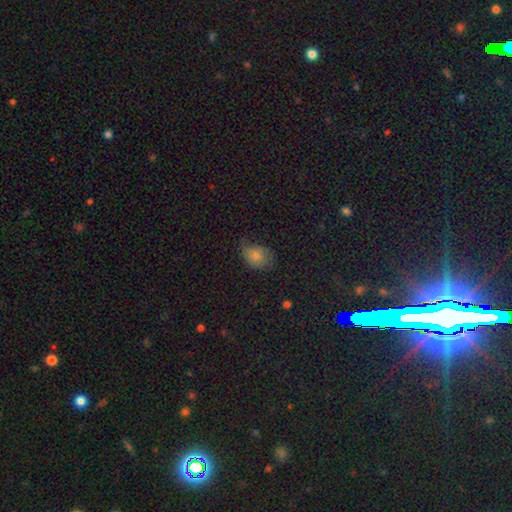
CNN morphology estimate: This is likely a smooth galaxy (77%). How rounded: likely in between (70%). Merging: possibly none (49%).